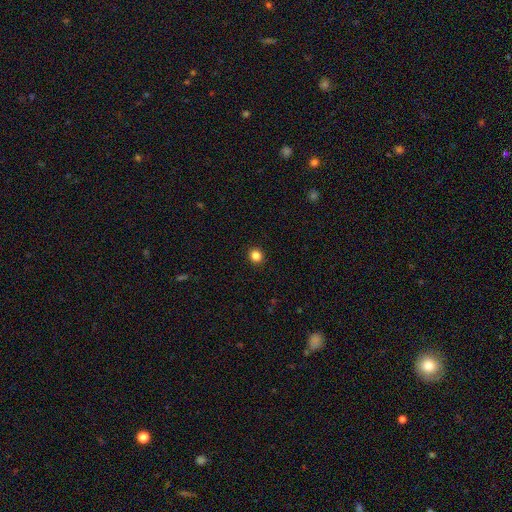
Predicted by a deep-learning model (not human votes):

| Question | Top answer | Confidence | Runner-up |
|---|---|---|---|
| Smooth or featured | smooth | 85% | star or artifact (12%) |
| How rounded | round | 88% | in between (11%) |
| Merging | none | 93% | minor disturbance (5%) |